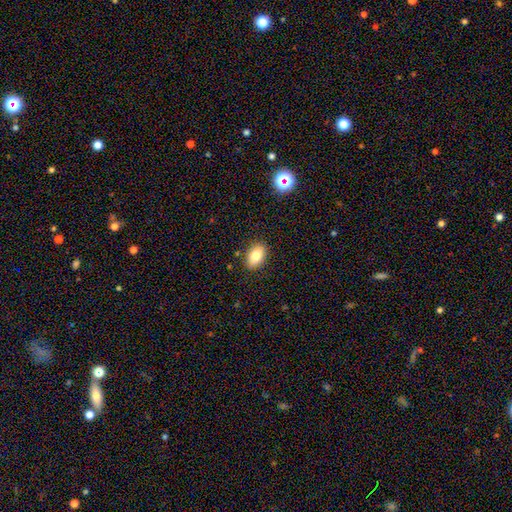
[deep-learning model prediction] Q: Smooth or featured?
A: smooth (80%); runner-up: featured or disk (11%)
Q: How rounded?
A: in between (88%); runner-up: round (10%)
Q: Merging?
A: none (87%); runner-up: minor disturbance (10%)